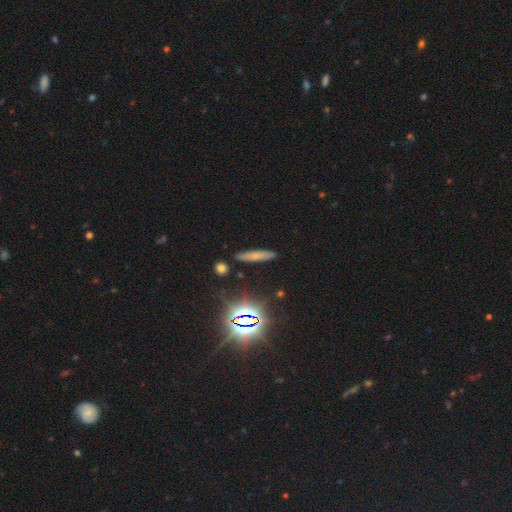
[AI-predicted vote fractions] Q: Smooth or featured?
A: smooth (58%); runner-up: featured or disk (22%)
Q: How rounded?
A: cigar-shaped (84%); runner-up: in between (13%)
Q: Merging?
A: none (87%); runner-up: minor disturbance (9%)